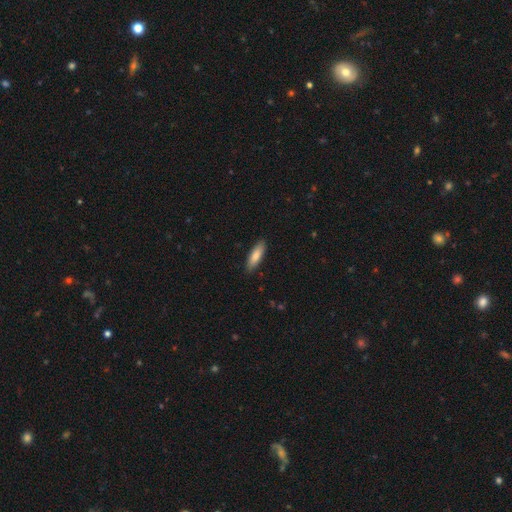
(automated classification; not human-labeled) Overall: smooth (82%). How rounded: cigar-shaped (52%; in between 46%). Merging: none (88%).